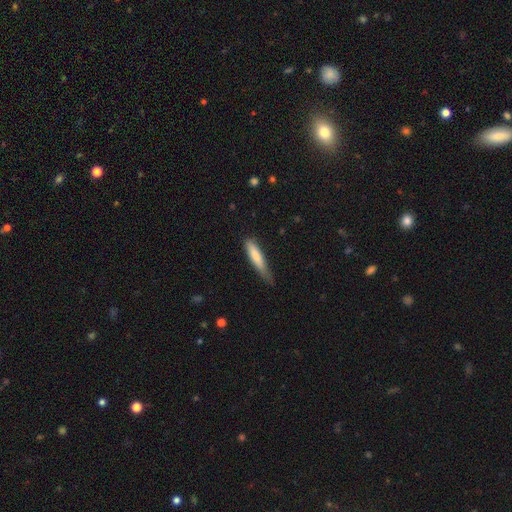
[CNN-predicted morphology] A smooth galaxy with no disk features (77%) that is cigar-shaped (83%). Merging: none (49%).